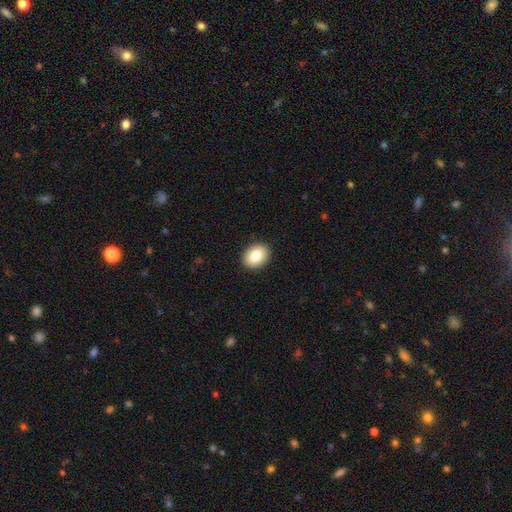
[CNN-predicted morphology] This is clearly a smooth galaxy (84%). How rounded: possibly in between (59%). Merging: clearly none (91%).